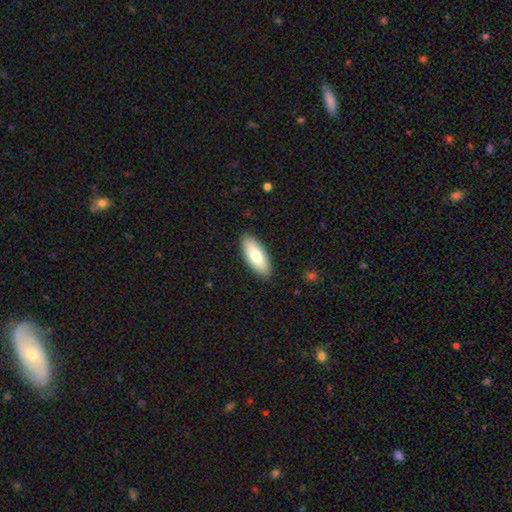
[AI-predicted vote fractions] This is likely a smooth galaxy (77%). How rounded: likely in between (80%). Merging: clearly none (89%).